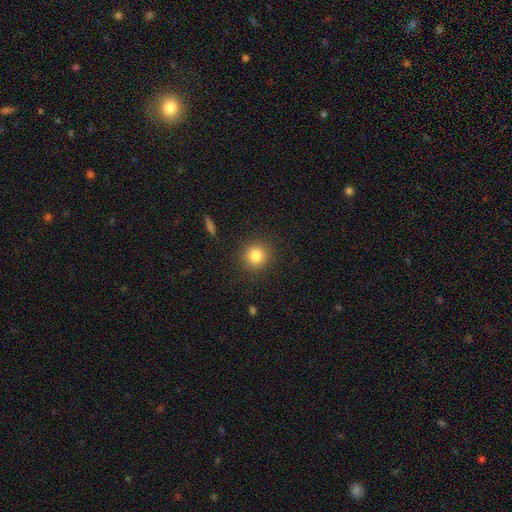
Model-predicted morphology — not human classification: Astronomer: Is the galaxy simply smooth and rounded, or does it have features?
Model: smooth — 83%.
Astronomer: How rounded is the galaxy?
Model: round — 93%.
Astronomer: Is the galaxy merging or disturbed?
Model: none — 90%.